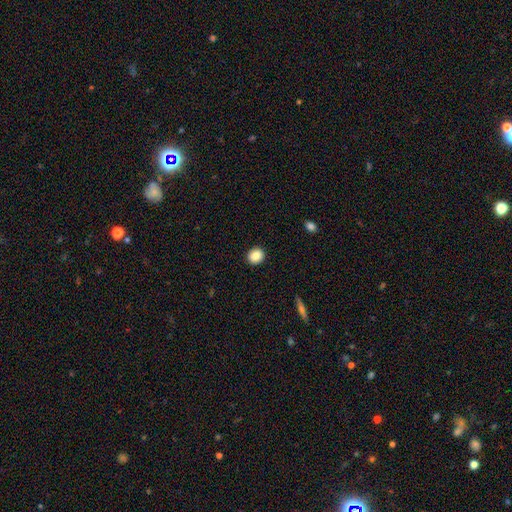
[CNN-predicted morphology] smooth-or-featured: smooth: 87% | star or artifact: 9% | featured or disk: 5%
  how-rounded: round: 75% | in between: 24% | cigar-shaped: 1%
  merging: none: 92% | minor disturbance: 6% | major disturbance: 2% | merger: 1%